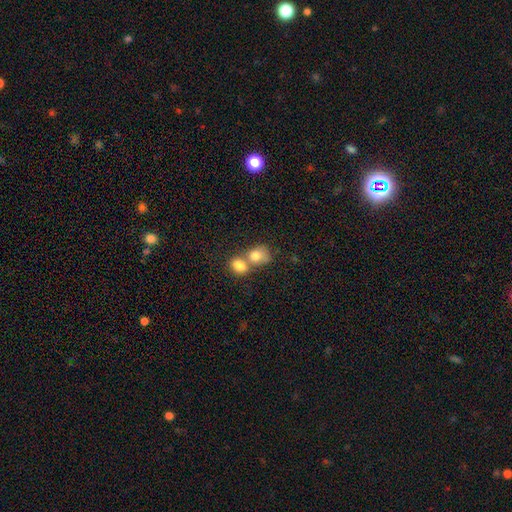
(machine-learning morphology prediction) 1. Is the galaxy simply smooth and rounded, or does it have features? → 79% smooth, 12% featured or disk, 9% star or artifact.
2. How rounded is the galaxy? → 54% round, 45% in between, 1% cigar-shaped.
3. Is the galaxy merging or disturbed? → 67% merger, 23% none, 7% minor disturbance, 3% major disturbance.